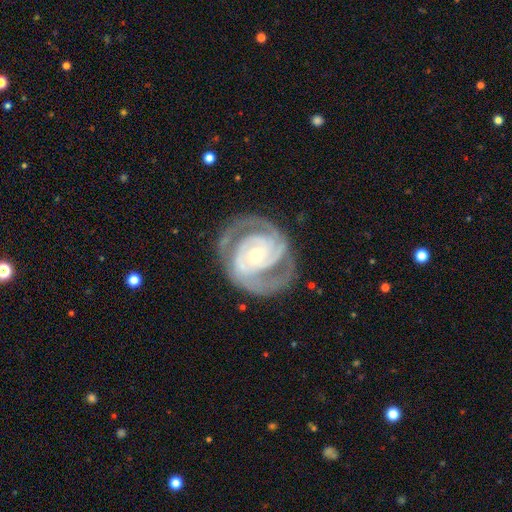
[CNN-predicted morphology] Q: Smooth or featured?
A: featured or disk (91%); runner-up: smooth (5%)
Q: Edge-on disk?
A: no (98%); runner-up: yes (2%)
Q: Bar?
A: no (54%); runner-up: weak (30%)
Q: Spiral arms?
A: yes (98%); runner-up: no (2%)
Q: Spiral winding?
A: tight (65%); runner-up: medium (30%)
Q: Spiral arm count?
A: 2 (58%); runner-up: 3 (20%)
Q: Bulge size?
A: small (57%); runner-up: moderate (38%)
Q: Merging?
A: none (73%); runner-up: minor disturbance (16%)